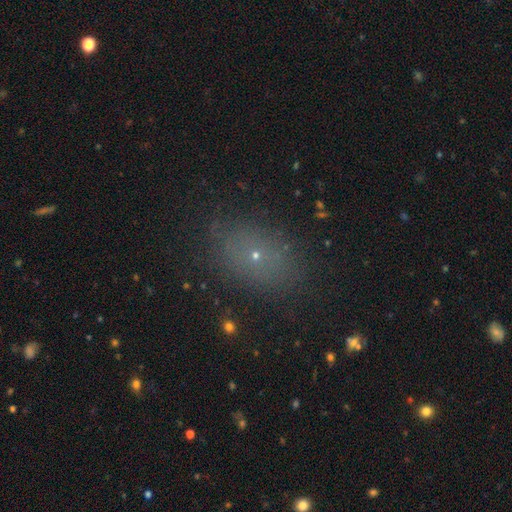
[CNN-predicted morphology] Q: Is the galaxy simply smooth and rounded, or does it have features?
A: smooth — 63%.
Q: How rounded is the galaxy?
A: in between — 70%.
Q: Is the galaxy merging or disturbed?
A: none — 84%.